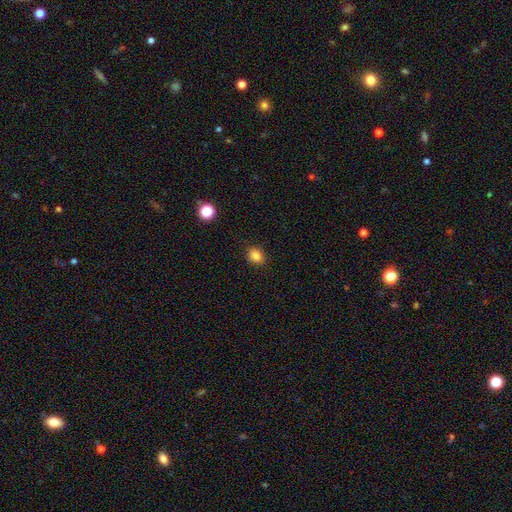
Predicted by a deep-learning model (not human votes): Morphology: type=smooth (83%); roundness=round (63%); merging=none (89%).